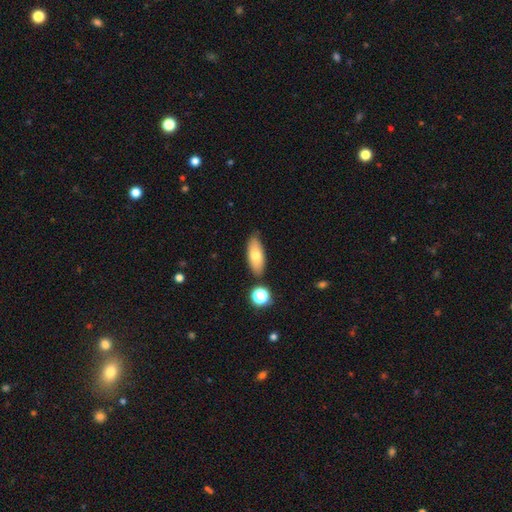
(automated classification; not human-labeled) Q: Smooth or featured?
A: smooth (75%); runner-up: featured or disk (18%)
Q: How rounded?
A: in between (79%); runner-up: cigar-shaped (18%)
Q: Merging?
A: none (80%); runner-up: minor disturbance (12%)